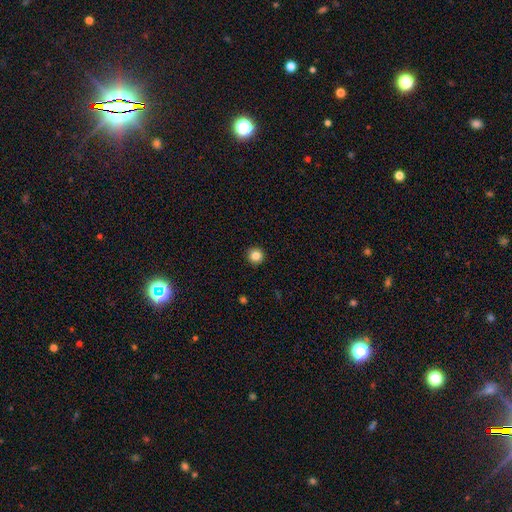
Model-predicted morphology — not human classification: Smooth or featured?
  - smooth: 83% *
  - star or artifact: 10%
  - featured or disk: 6%
How rounded?
  - round: 95% *
  - in between: 4%
  - cigar-shaped: 1%
Merging?
  - none: 93% *
  - minor disturbance: 5%
  - major disturbance: 1%
  - merger: 1%